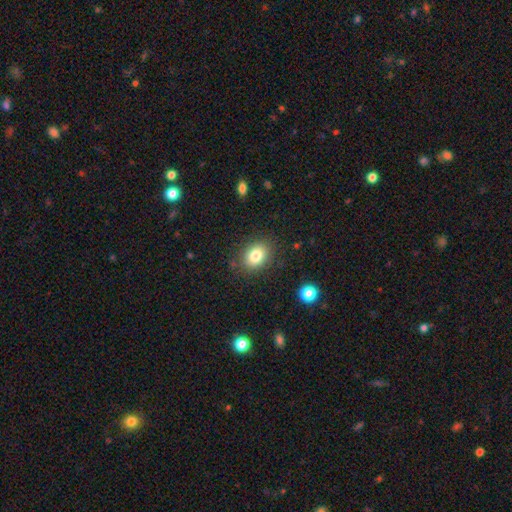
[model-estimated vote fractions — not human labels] Smooth or featured? Predicted: smooth (p=0.81). How rounded? Predicted: in between (p=0.65). Merging? Predicted: none (p=0.84).